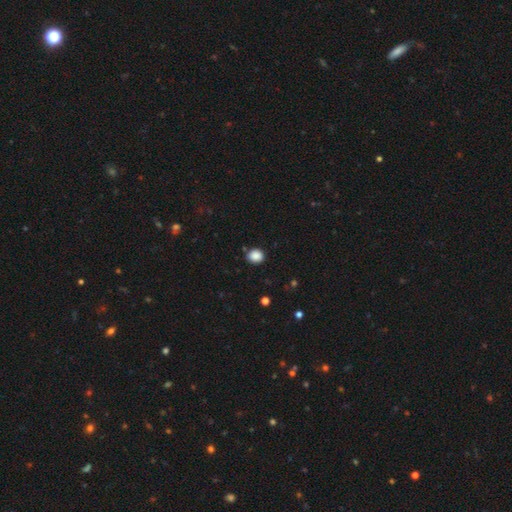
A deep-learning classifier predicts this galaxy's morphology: smooth 88%, star or artifact 10%, featured or disk 3%. Down the decision tree: how rounded — round (66%); merging — none (85%).